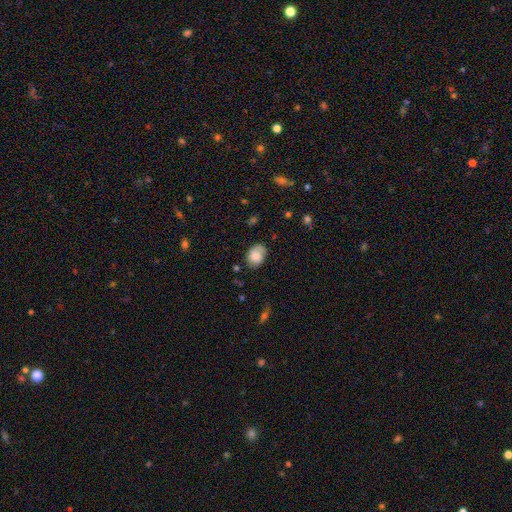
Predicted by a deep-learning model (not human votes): This is likely a smooth galaxy (71%). How rounded: likely in between (64%). Merging: likely none (66%).